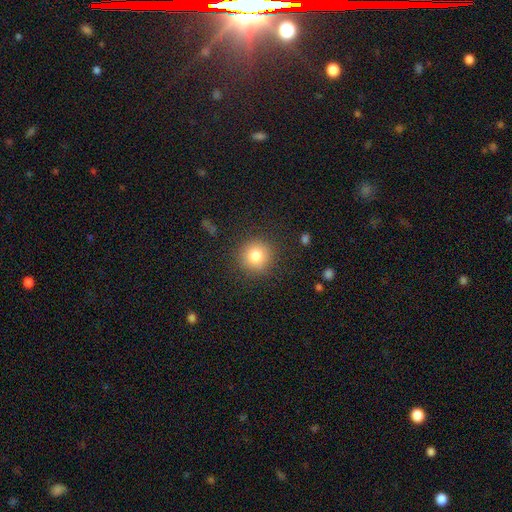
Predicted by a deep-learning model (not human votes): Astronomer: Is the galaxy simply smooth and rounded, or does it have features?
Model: smooth — 81%.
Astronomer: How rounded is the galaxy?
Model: round — 93%.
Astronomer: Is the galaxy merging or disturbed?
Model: none — 88%.